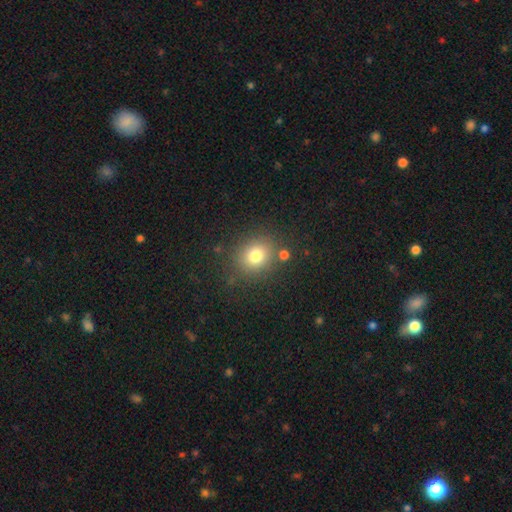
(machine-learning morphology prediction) A smooth galaxy with no disk features (77%) that is round (71%).

Vote fractions:
- Smooth or featured? smooth: 77% / star or artifact: 14% / featured or disk: 9%
- How rounded? round: 71% / in between: 28% / cigar-shaped: 1%
- Merging? none: 80% / minor disturbance: 10% / merger: 6% / major disturbance: 4%